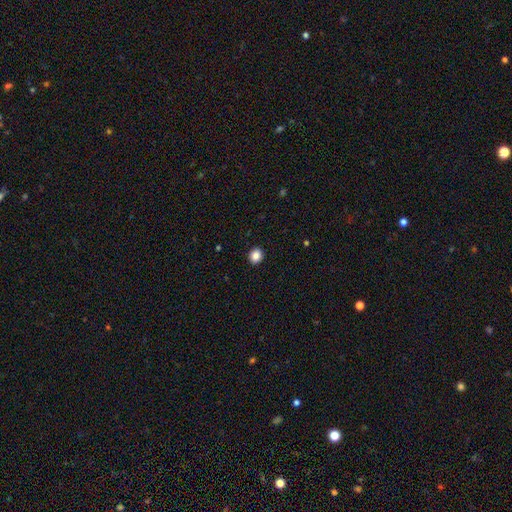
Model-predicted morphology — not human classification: Smooth or featured?
  - smooth: 86% *
  - star or artifact: 10%
  - featured or disk: 4%
How rounded?
  - round: 75% *
  - in between: 24%
  - cigar-shaped: 1%
Merging?
  - none: 92% *
  - minor disturbance: 5%
  - major disturbance: 2%
  - merger: 1%